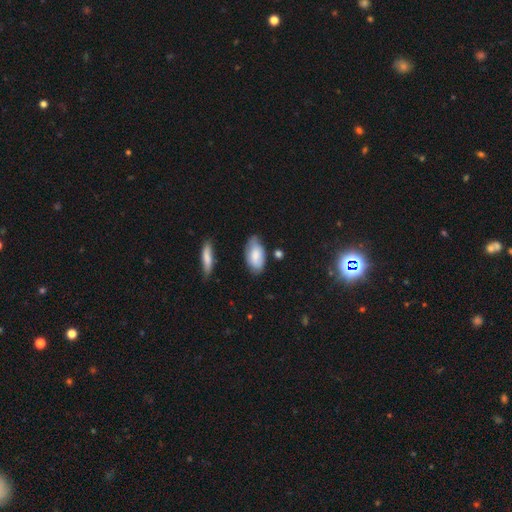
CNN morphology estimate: smooth 77%, featured or disk 17%, star or artifact 6%. Down the decision tree: how rounded — in between (93%); merging — none (66%).